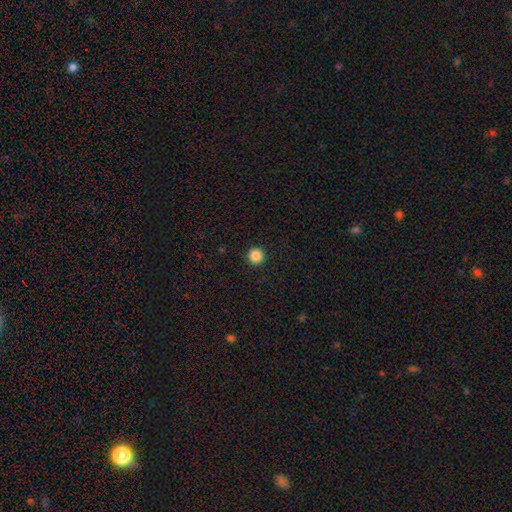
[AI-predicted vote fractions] The model was most divided on "smooth or featured": smooth: 86%, star or artifact: 11%, featured or disk: 3%. More confident: how rounded — round (96%); merging — none (94%).